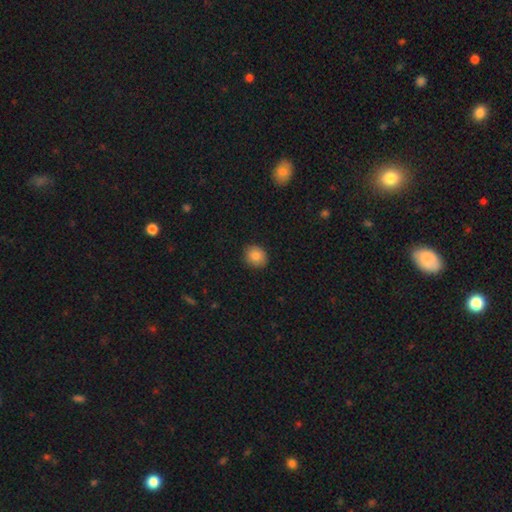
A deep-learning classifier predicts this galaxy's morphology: Smooth or featured? smooth (84%)
How rounded? round (72%)
Merging? none (89%)